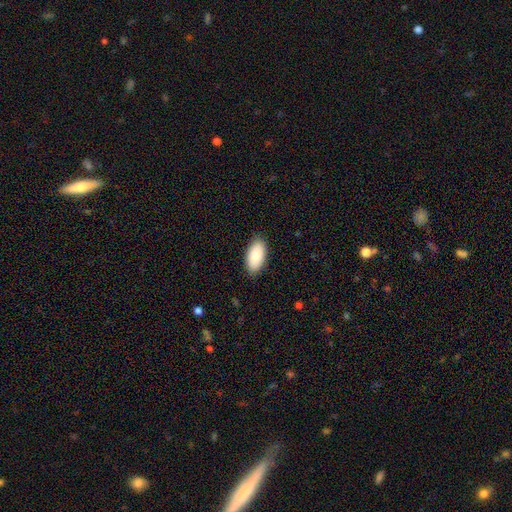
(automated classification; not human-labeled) smooth 88%, star or artifact 6%, featured or disk 6%. Down the decision tree: how rounded — in between (95%); merging — none (87%).